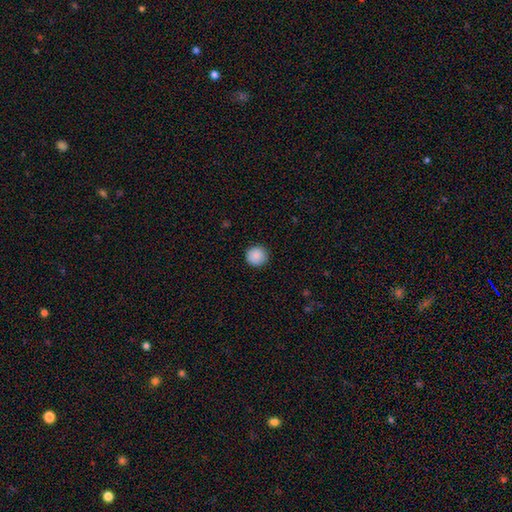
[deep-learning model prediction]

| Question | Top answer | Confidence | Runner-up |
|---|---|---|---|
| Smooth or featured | smooth | 89% | star or artifact (8%) |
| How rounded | round | 95% | in between (4%) |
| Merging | none | 91% | minor disturbance (7%) |